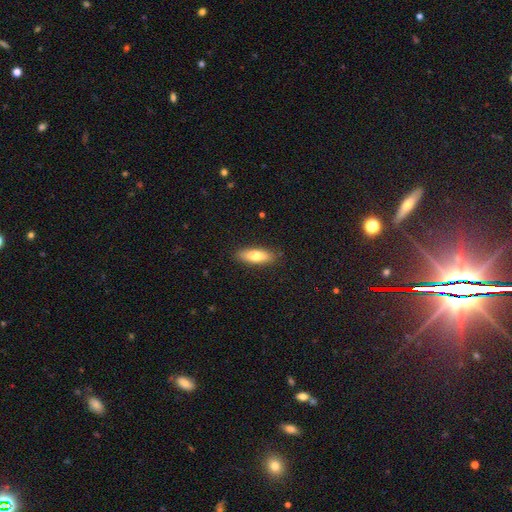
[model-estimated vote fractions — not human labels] A smooth galaxy with no disk features (75%) that is in between round and cigar-shaped (59%). Merging: none (87%).